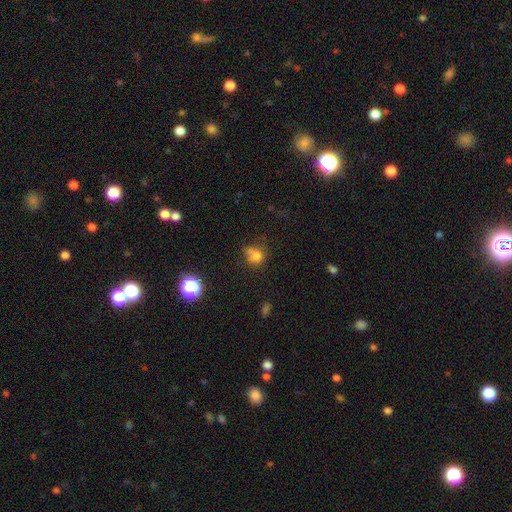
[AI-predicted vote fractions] smooth-or-featured: smooth: 72% | star or artifact: 16% | featured or disk: 12%
  how-rounded: round: 74% | in between: 25% | cigar-shaped: 1%
  merging: none: 43% | merger: 25% | minor disturbance: 20% | major disturbance: 12%